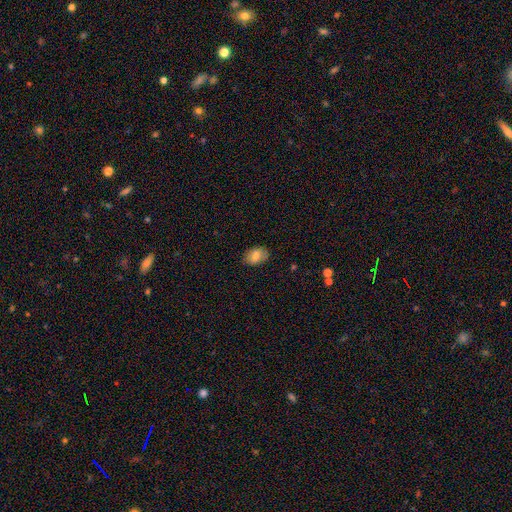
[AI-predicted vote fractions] Overall: smooth (79%). How rounded: in between (85%). Merging: none (82%).